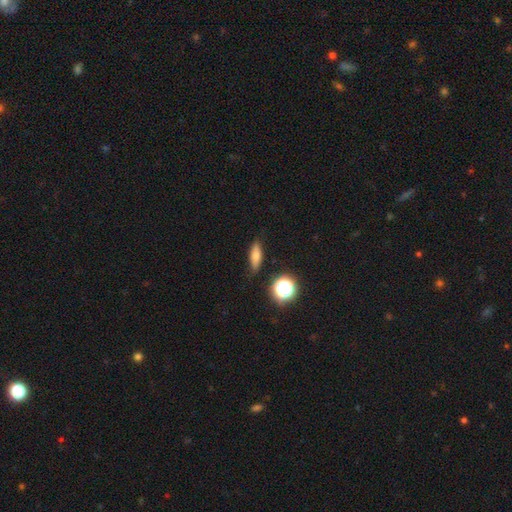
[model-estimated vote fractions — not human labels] Q: Smooth or featured?
A: smooth (71%); runner-up: featured or disk (17%)
Q: How rounded?
A: in between (47%); runner-up: cigar-shaped (44%)
Q: Merging?
A: none (83%); runner-up: minor disturbance (12%)